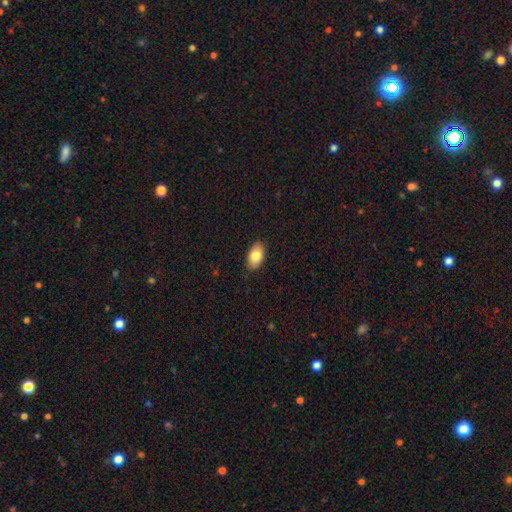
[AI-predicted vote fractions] smooth_or_featured: smooth (p=0.83) [alt: featured or disk p=0.11]
how_rounded: in between (p=0.93) [alt: round p=0.05]
merging: none (p=0.87) [alt: minor disturbance p=0.10]